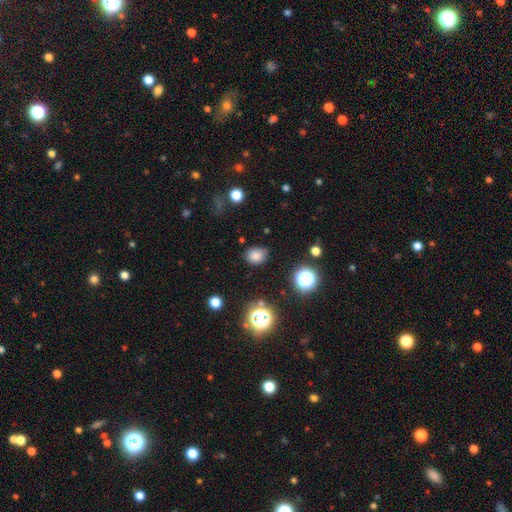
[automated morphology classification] Q: Smooth or featured?
A: smooth (79%); runner-up: star or artifact (15%)
Q: How rounded?
A: round (56%); runner-up: in between (43%)
Q: Merging?
A: none (78%); runner-up: minor disturbance (16%)